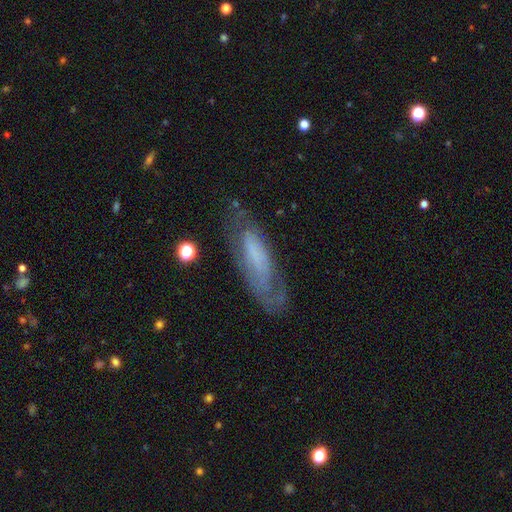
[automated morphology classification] Smooth or featured? featured or disk (53%)
Edge-on disk? no (75%)
Merging? none (59%)